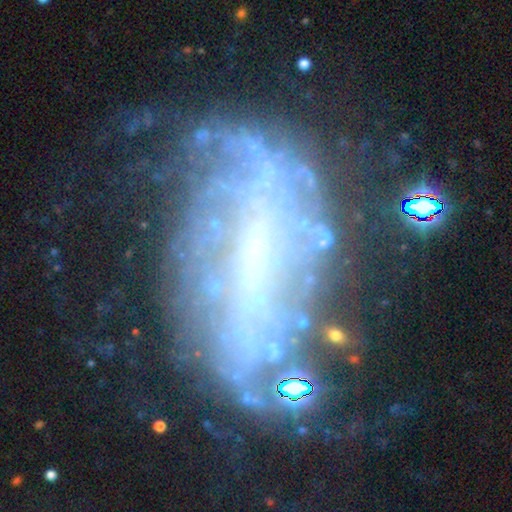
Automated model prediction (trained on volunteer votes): Smooth or featured? featured or disk (73%)
Edge-on disk? no (94%)
Bar? no (37%)
Spiral arms? yes (58%)
Bulge size? none (45%)
Merging? none (43%)